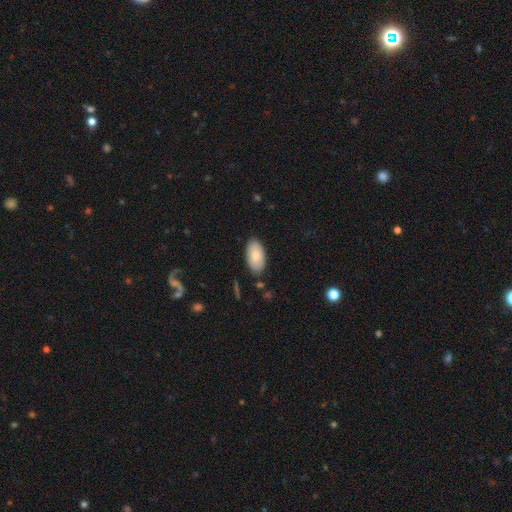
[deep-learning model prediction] Morphology: type=smooth (80%); roundness=in between (95%); merging=none (84%).